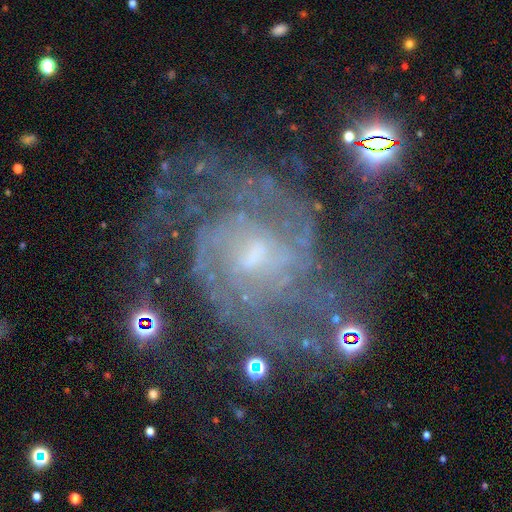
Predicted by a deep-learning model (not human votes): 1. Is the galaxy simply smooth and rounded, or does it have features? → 89% featured or disk, 7% star or artifact, 4% smooth.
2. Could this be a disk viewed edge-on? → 98% no, 2% yes.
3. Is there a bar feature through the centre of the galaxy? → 49% weak, 41% no, 10% strong.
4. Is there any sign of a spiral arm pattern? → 97% yes, 3% no.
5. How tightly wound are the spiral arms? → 45% medium, 44% tight, 10% loose.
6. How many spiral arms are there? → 42% 2, 20% can't tell, 16% 3, 9% 4, 6% more than 4, 6% 1.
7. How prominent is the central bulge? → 54% small, 35% moderate, 7% none, 3% large, 1% dominant.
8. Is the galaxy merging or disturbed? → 67% none, 18% minor disturbance, 13% major disturbance, 3% merger.